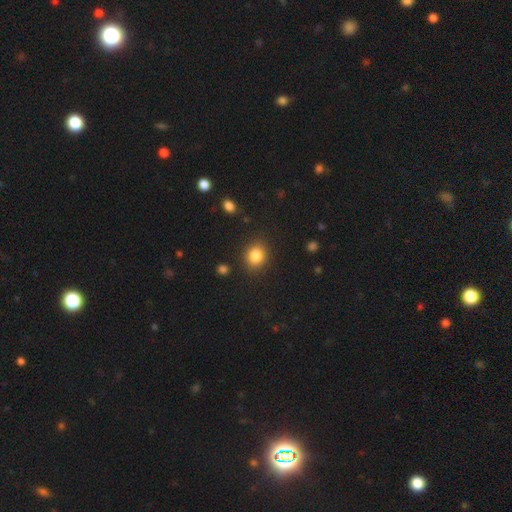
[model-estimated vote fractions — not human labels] Smooth or featured? smooth (84%)
How rounded? round (64%)
Merging? none (87%)